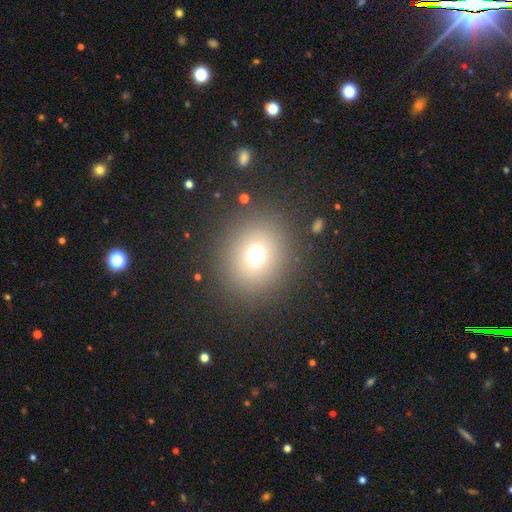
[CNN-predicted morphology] smooth-or-featured: smooth: 69% | star or artifact: 21% | featured or disk: 10%
  how-rounded: round: 81% | in between: 18% | cigar-shaped: 1%
  merging: none: 86% | minor disturbance: 7% | major disturbance: 5% | merger: 2%